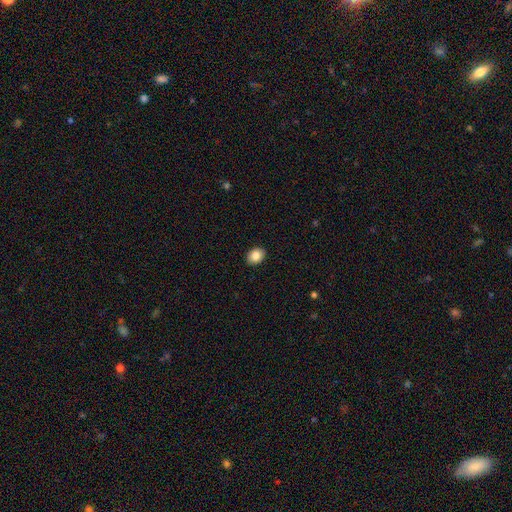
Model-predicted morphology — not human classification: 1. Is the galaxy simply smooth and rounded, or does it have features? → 86% smooth, 8% star or artifact, 6% featured or disk.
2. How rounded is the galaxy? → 64% in between, 35% round, 1% cigar-shaped.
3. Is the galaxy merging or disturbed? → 91% none, 6% minor disturbance, 2% major disturbance, 1% merger.